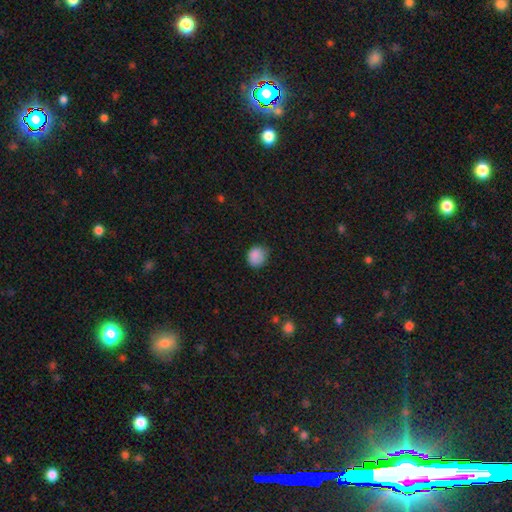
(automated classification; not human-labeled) A smooth galaxy with no disk features (86%) that is round (70%).

Vote fractions:
- Smooth or featured? smooth: 86% / star or artifact: 10% / featured or disk: 4%
- How rounded? round: 70% / in between: 29% / cigar-shaped: 1%
- Merging? none: 69% / minor disturbance: 25% / major disturbance: 4% / merger: 1%